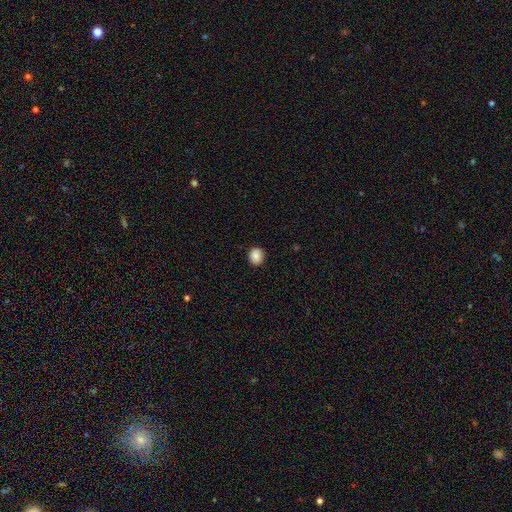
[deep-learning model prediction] smooth-or-featured: smooth: 88% | star or artifact: 8% | featured or disk: 4%
  how-rounded: round: 70% | in between: 29% | cigar-shaped: 1%
  merging: none: 90% | minor disturbance: 7% | major disturbance: 2% | merger: 1%